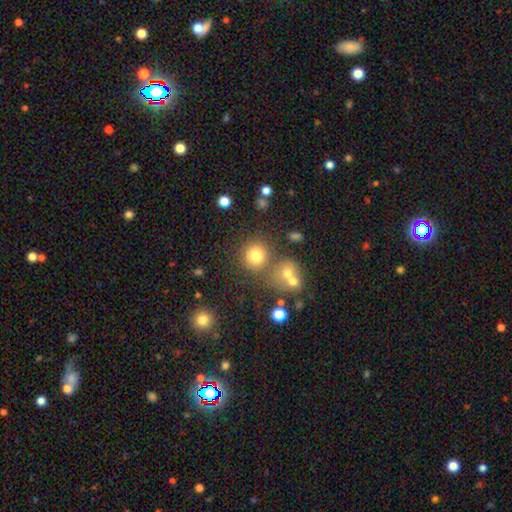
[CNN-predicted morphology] smooth_or_featured: smooth (p=0.76) [alt: star or artifact p=0.15]
how_rounded: round (p=0.89) [alt: in between p=0.10]
merging: none (p=0.70) [alt: merger p=0.16]